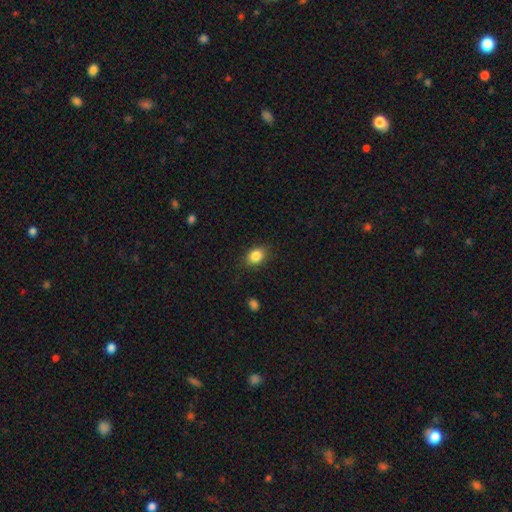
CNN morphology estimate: The model was most divided on "how rounded": in between: 67%, round: 32%, cigar-shaped: 1%. More confident: smooth or featured — smooth (86%); merging — none (84%).